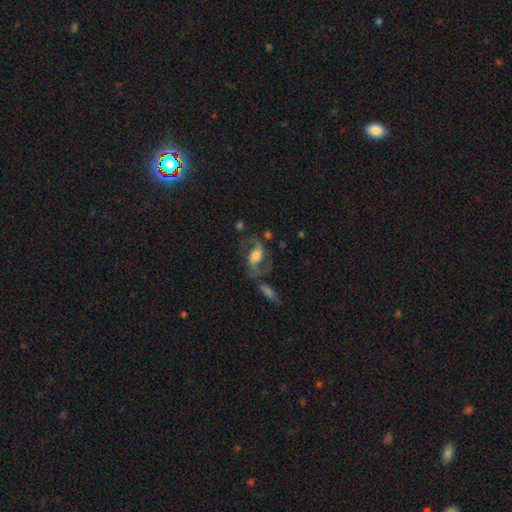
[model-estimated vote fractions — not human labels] This appears to be a featured or disk galaxy (79%) with a weak bar (39%), 2 (91%) loose (46%) spiral arms (93%) and a moderate central bulge (51%). Merging: none (61%).